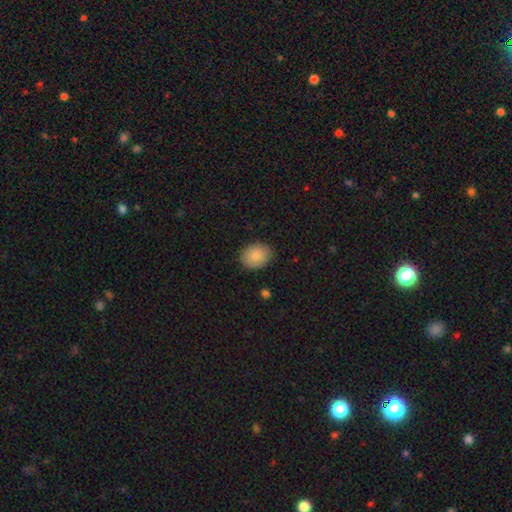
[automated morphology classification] smooth 87%, star or artifact 7%, featured or disk 6%. Down the decision tree: how rounded — in between (56%); merging — none (86%).